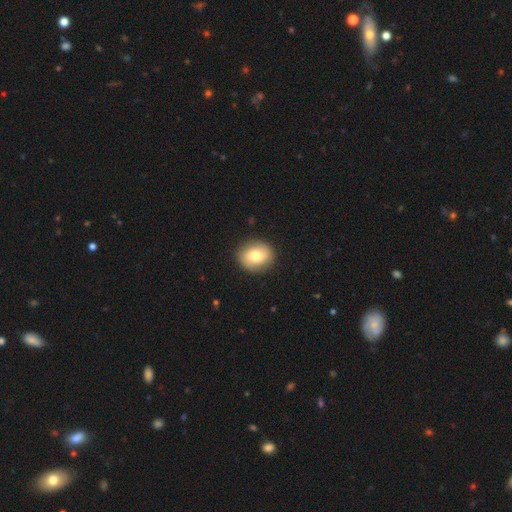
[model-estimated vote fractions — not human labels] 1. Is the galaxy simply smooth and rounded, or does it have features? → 76% smooth, 17% featured or disk, 7% star or artifact.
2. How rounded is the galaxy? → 67% round, 32% in between, 1% cigar-shaped.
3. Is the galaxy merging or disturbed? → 89% none, 8% minor disturbance, 2% major disturbance, 1% merger.